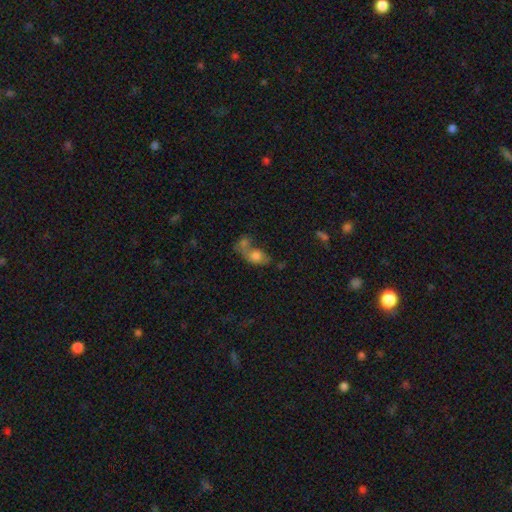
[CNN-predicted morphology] This appears to be a smooth galaxy with no disk features (67%) that is in between round and cigar-shaped (72%). Merging: merger (55%).